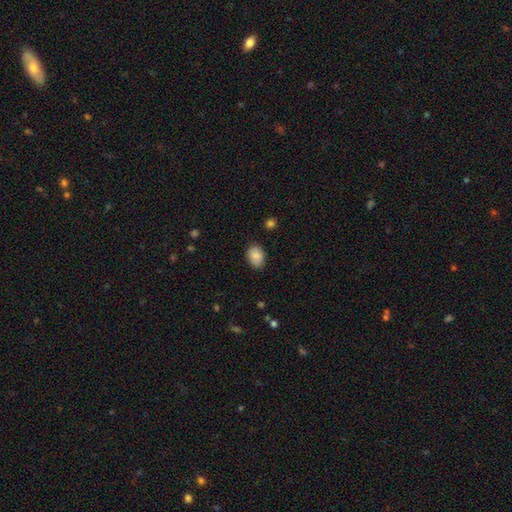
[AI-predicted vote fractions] A smooth galaxy with no disk features (85%) that is in between round and cigar-shaped (76%).

Vote fractions:
- Smooth or featured? smooth: 85% / featured or disk: 8% / star or artifact: 7%
- How rounded? in between: 76% / round: 23% / cigar-shaped: 1%
- Merging? none: 81% / minor disturbance: 15% / major disturbance: 3% / merger: 1%